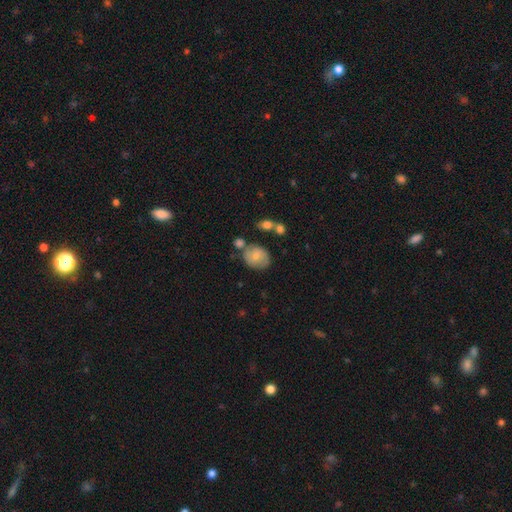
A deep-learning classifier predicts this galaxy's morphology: Overall: smooth (69%). How rounded: round (55%; in between 44%). Merging: none (58%; minor disturbance 22%).